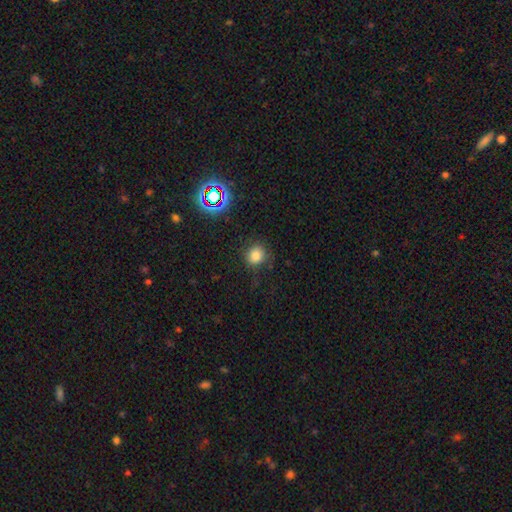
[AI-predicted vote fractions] This appears to be a smooth galaxy with no disk features (77%) that is round (82%). Merging: none (79%).